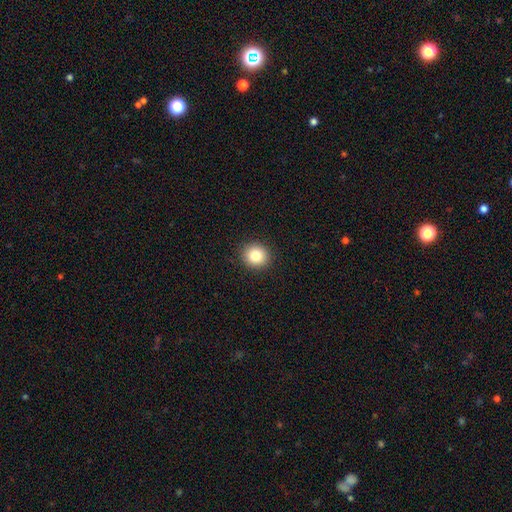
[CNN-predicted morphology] A smooth galaxy with no disk features (83%) that is round (89%). Merging: none (92%).